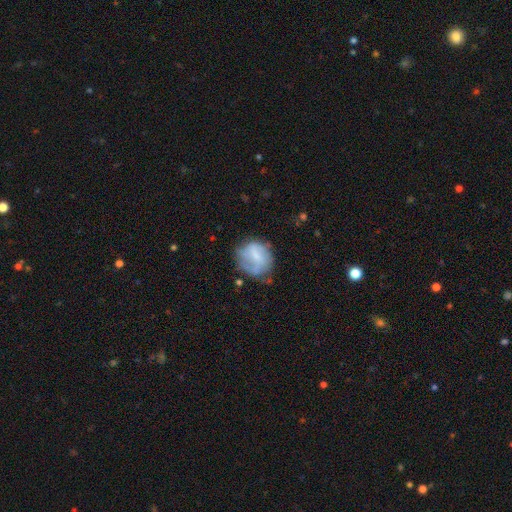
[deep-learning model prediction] Q: Smooth or featured?
A: smooth (46%); tied with: featured or disk (46%)
Q: Merging?
A: none (49%); runner-up: minor disturbance (30%)